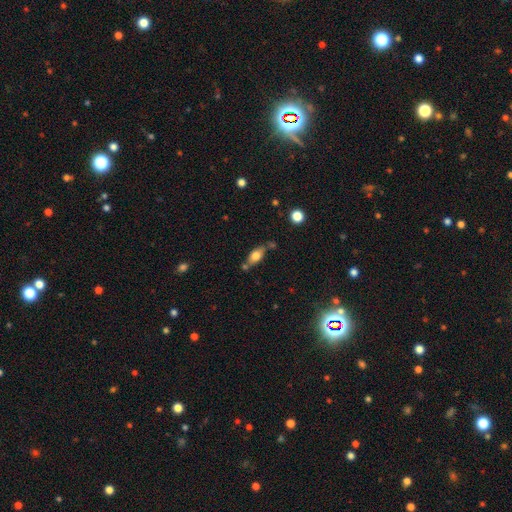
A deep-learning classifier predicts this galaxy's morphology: smooth 69%, featured or disk 23%, star or artifact 8%. Down the decision tree: how rounded — in between (80%); merging — none (59%).